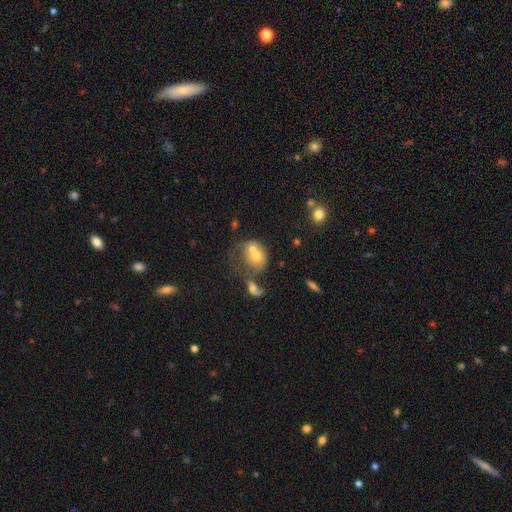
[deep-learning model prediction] Smooth or featured: smooth — 55% (featured or disk — 36%)
How rounded: round — 53% (in between — 45%)
Merging: merger — 63% (none — 15%)